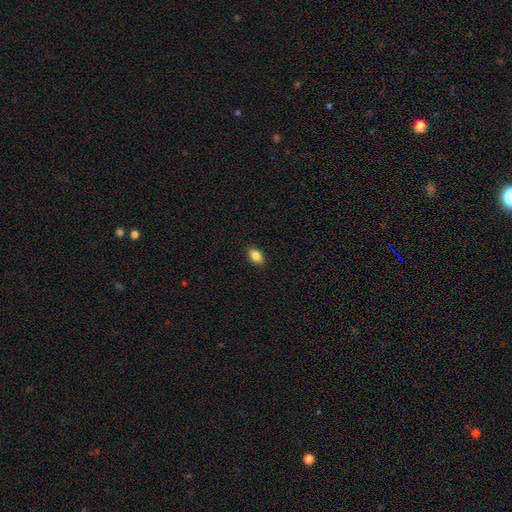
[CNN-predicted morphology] Overall: smooth (87%). How rounded: in between (88%). Merging: none (89%).